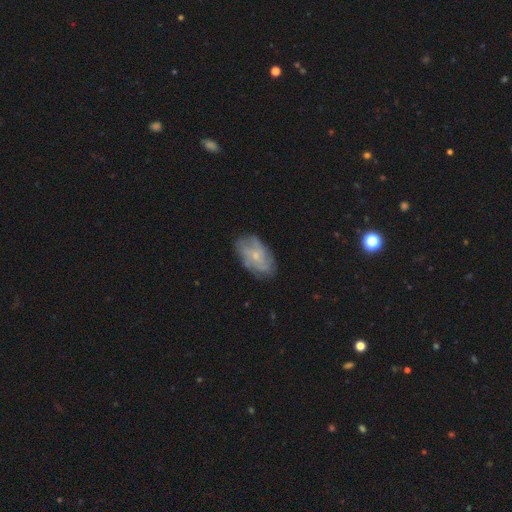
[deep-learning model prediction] Smooth or featured: featured or disk — 62% (smooth — 31%)
Edge-on disk: no — 95% (yes — 5%)
Bar: no — 78% (weak — 19%)
Spiral arms: yes — 76% (no — 24%)
Bulge size: small — 74% (moderate — 20%)
Merging: none — 73% (minor disturbance — 19%)